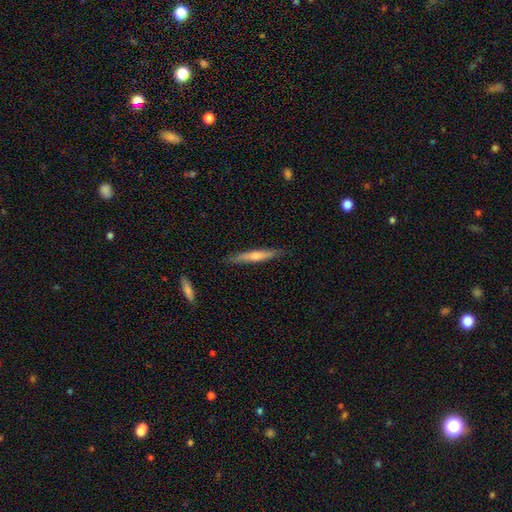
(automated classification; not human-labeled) The model was most divided on "smooth or featured": featured or disk: 60%, smooth: 33%, star or artifact: 7%. More confident: edge-on disk — yes (96%); merging — none (88%); edge-on bulge — rounded (75%).